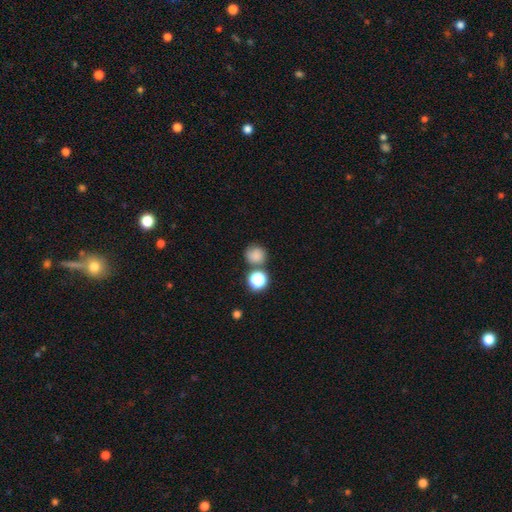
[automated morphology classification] smooth_or_featured: smooth (p=0.80) [alt: star or artifact p=0.14]
how_rounded: round (p=0.87) [alt: in between p=0.12]
merging: none (p=0.67) [alt: merger p=0.17]